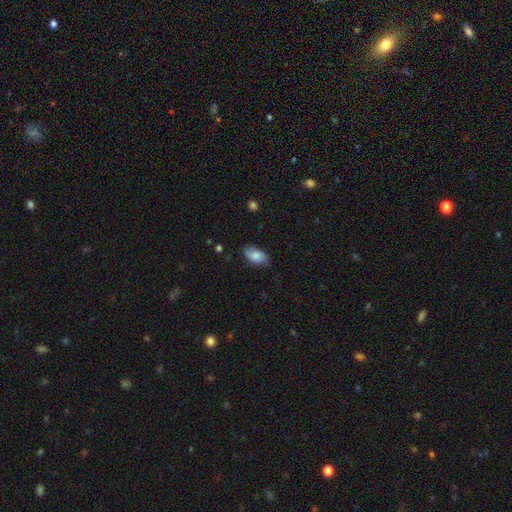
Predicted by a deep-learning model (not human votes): Smooth or featured: smooth — 70% (featured or disk — 22%)
How rounded: in between — 92% (round — 5%)
Merging: none — 74% (minor disturbance — 21%)